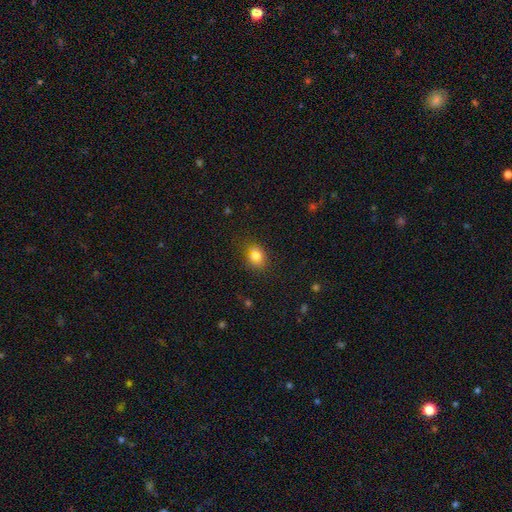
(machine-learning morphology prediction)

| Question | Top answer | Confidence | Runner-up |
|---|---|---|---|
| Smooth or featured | smooth | 79% | star or artifact (12%) |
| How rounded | round | 49% | tied: in between (49%) |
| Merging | none | 72% | minor disturbance (20%) |